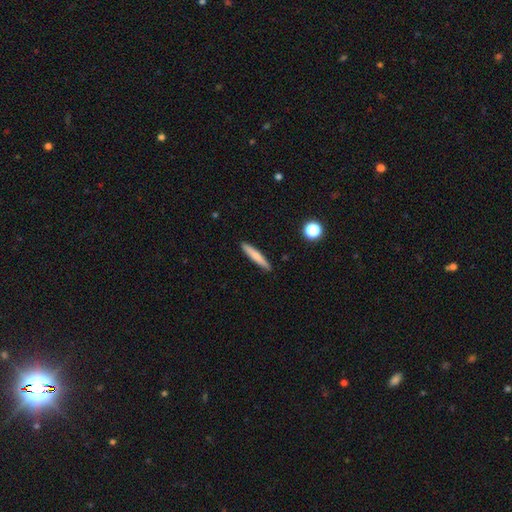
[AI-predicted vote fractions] smooth-or-featured: smooth: 71% | featured or disk: 22% | star or artifact: 6%
  how-rounded: cigar-shaped: 93% | in between: 5% | round: 1%
  merging: none: 91% | minor disturbance: 7% | major disturbance: 1% | merger: 1%